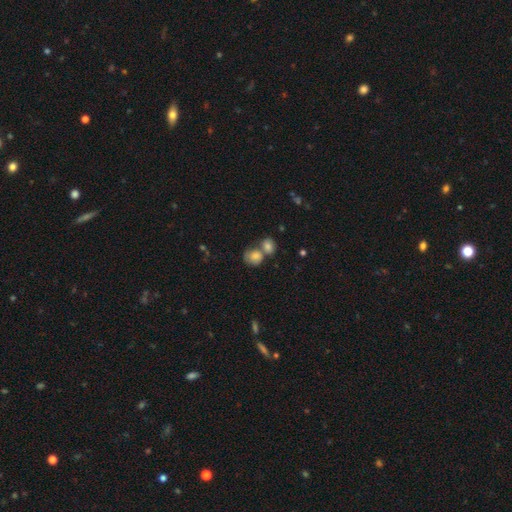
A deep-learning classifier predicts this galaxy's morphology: This appears to be a smooth galaxy with no disk features (67%) that is round (71%). Merging: merger (45%).